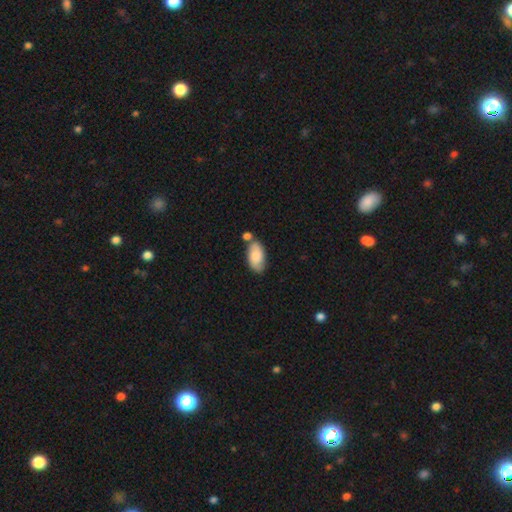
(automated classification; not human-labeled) This appears to be a smooth galaxy with no disk features (80%) that is in between round and cigar-shaped (94%). Merging: none (55%).